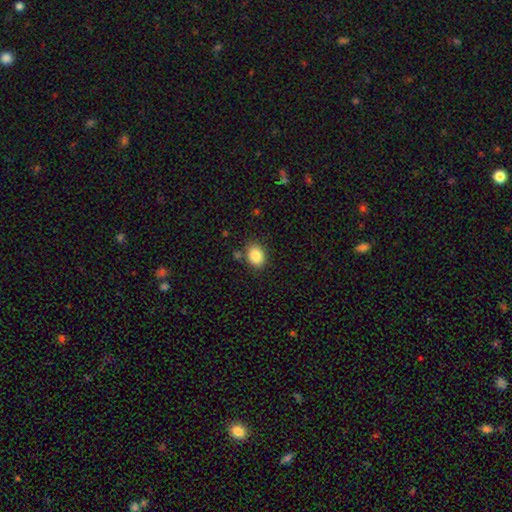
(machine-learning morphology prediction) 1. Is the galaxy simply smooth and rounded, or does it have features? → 86% smooth, 9% star or artifact, 5% featured or disk.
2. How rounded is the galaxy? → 57% in between, 42% round, 1% cigar-shaped.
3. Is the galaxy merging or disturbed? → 80% none, 12% minor disturbance, 5% merger, 3% major disturbance.